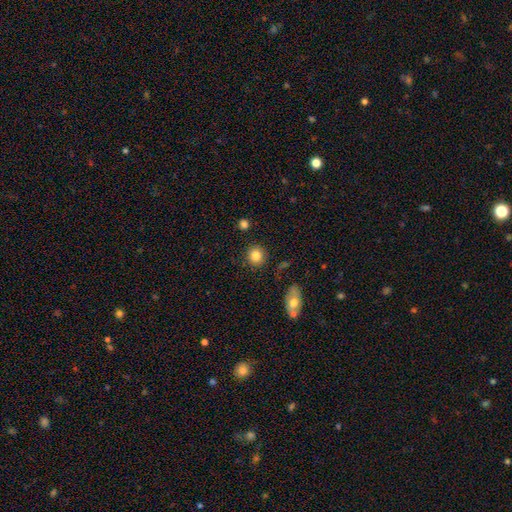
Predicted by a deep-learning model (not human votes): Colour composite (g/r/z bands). It shows a smooth galaxy with no disk features (84%) that is round (88%). Merging: none (87%).